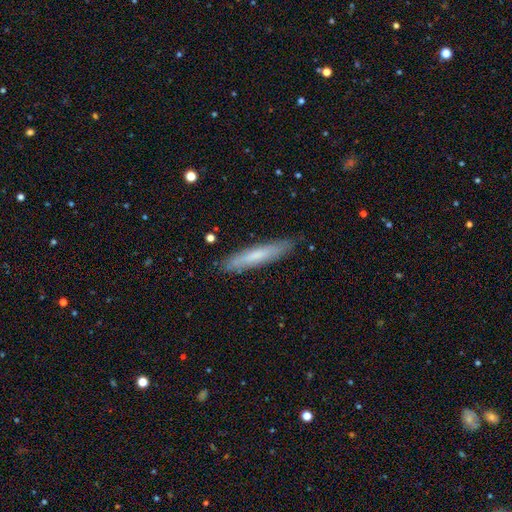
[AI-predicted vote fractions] Overall: smooth (64%; featured or disk 30%). How rounded: cigar-shaped (90%). Merging: none (86%).